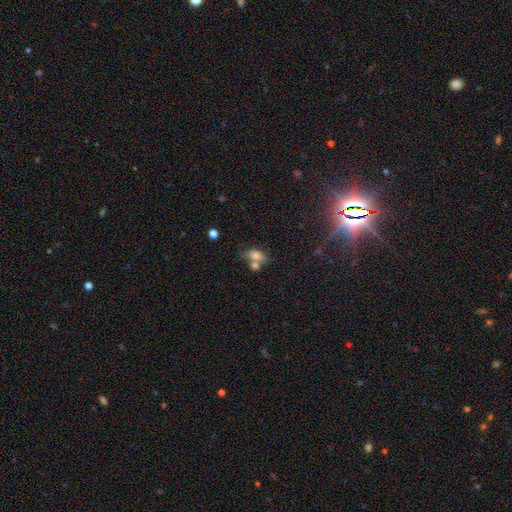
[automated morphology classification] A smooth galaxy with no disk features (75%) that is in between round and cigar-shaped (82%).

Vote fractions:
- Smooth or featured? smooth: 75% / featured or disk: 15% / star or artifact: 10%
- How rounded? in between: 82% / round: 12% / cigar-shaped: 6%
- Merging? merger: 42% / none: 37% / minor disturbance: 14% / major disturbance: 7%